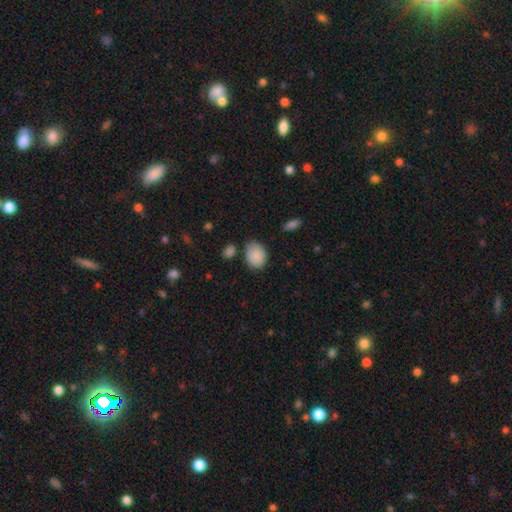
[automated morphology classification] Overall: smooth (87%). How rounded: in between (62%; round 37%). Merging: none (69%).